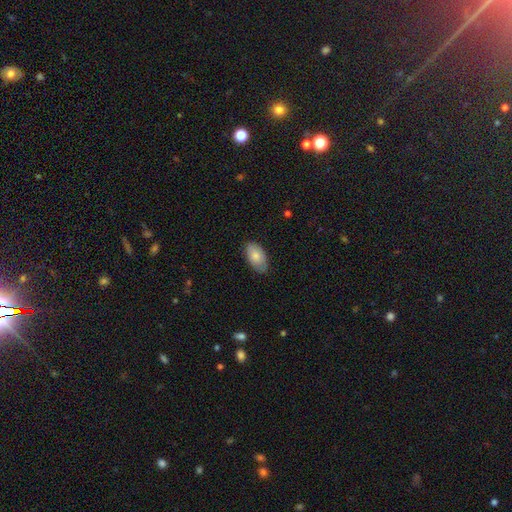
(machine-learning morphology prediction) A smooth galaxy with no disk features (75%) that is in between round and cigar-shaped (94%). Merging: none (78%).